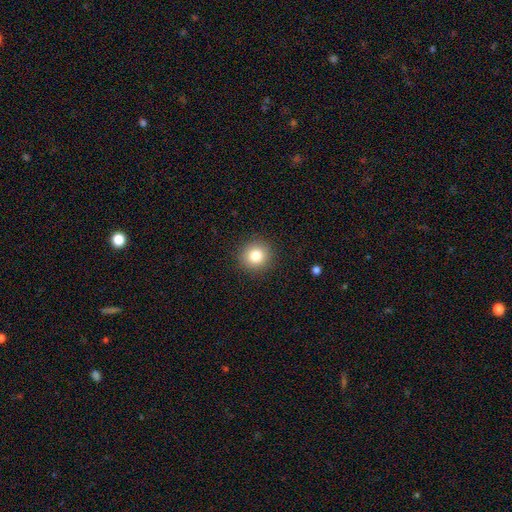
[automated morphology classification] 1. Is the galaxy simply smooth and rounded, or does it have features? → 82% smooth, 11% star or artifact, 7% featured or disk.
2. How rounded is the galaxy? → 92% round, 7% in between, 1% cigar-shaped.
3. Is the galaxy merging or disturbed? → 91% none, 6% minor disturbance, 2% major disturbance, 1% merger.